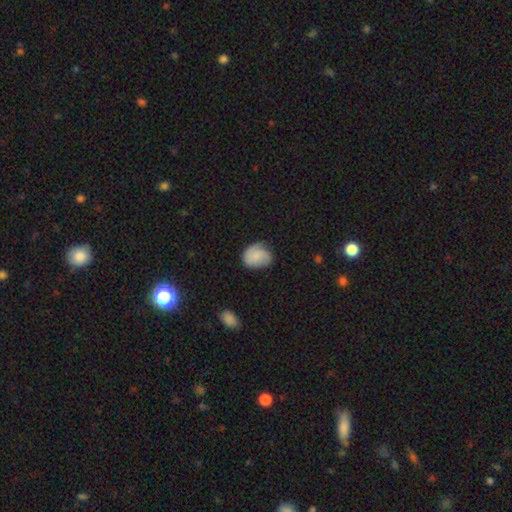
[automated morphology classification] Smooth or featured: smooth — 61% (featured or disk — 32%)
How rounded: in between — 52% (round — 47%)
Merging: none — 63% (minor disturbance — 28%)